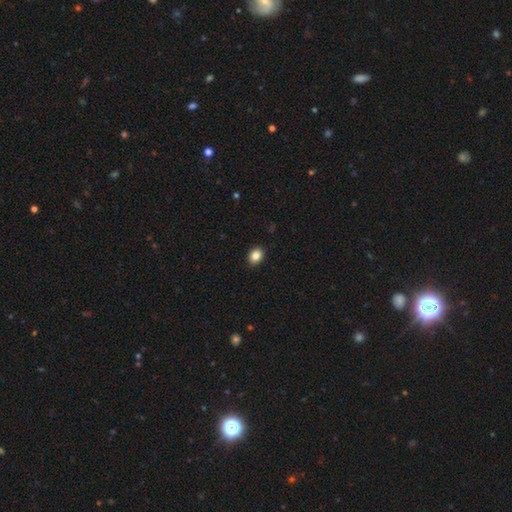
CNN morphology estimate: Smooth or featured? Predicted: smooth (p=0.85). How rounded? Predicted: in between (p=0.59). Merging? Predicted: none (p=0.90).